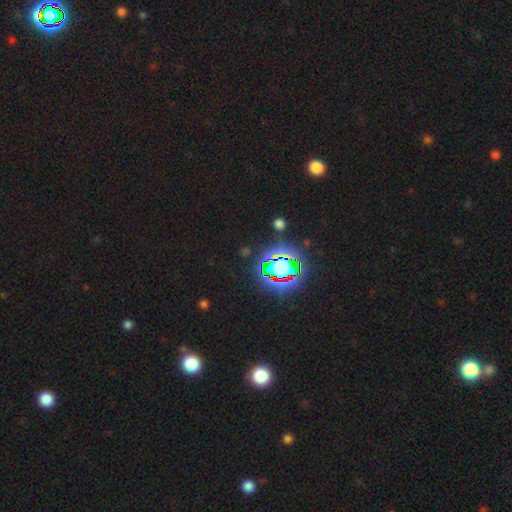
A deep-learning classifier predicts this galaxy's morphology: smooth-or-featured: star or artifact: 80% | smooth: 12% | featured or disk: 8%